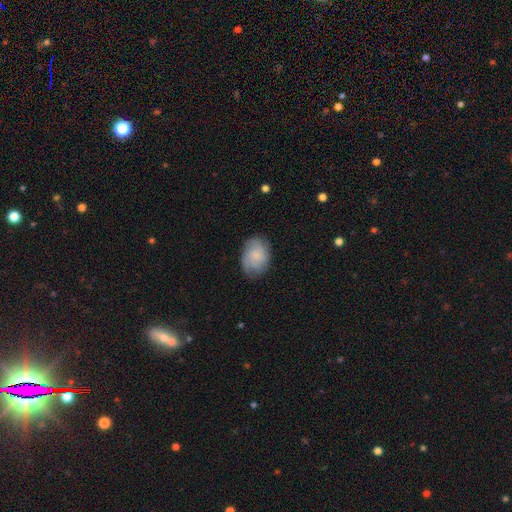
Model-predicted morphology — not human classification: smooth 68%, featured or disk 24%, star or artifact 7%. Down the decision tree: how rounded — in between (70%); merging — none (70%).